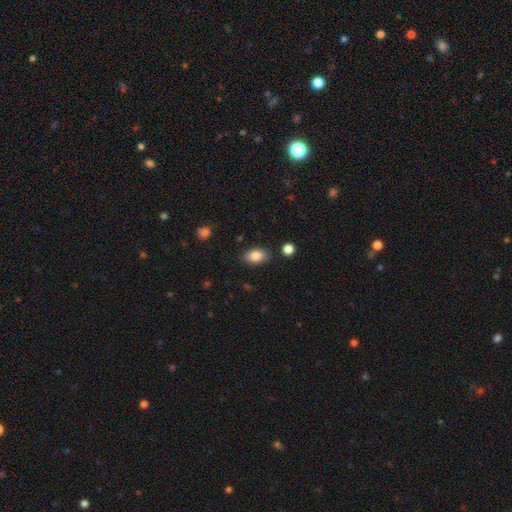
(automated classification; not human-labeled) A smooth galaxy with no disk features (85%) that is in between round and cigar-shaped (88%).

Vote fractions:
- Smooth or featured? smooth: 85% / star or artifact: 8% / featured or disk: 7%
- How rounded? in between: 88% / round: 10% / cigar-shaped: 2%
- Merging? none: 82% / minor disturbance: 13% / major disturbance: 3% / merger: 2%